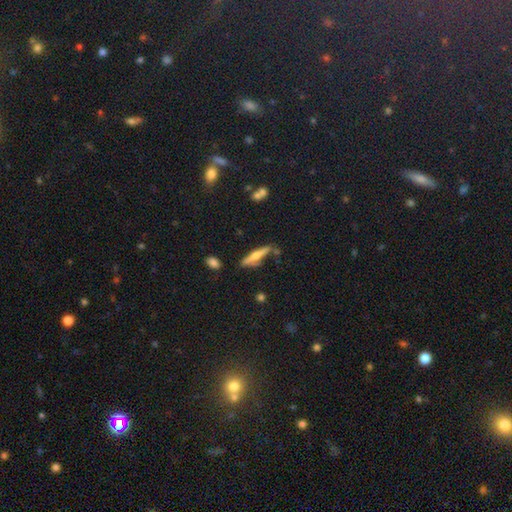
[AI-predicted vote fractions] The model was most divided on "smooth or featured": featured or disk: 49%, smooth: 44%, star or artifact: 7%. More confident: merging — none (70%).